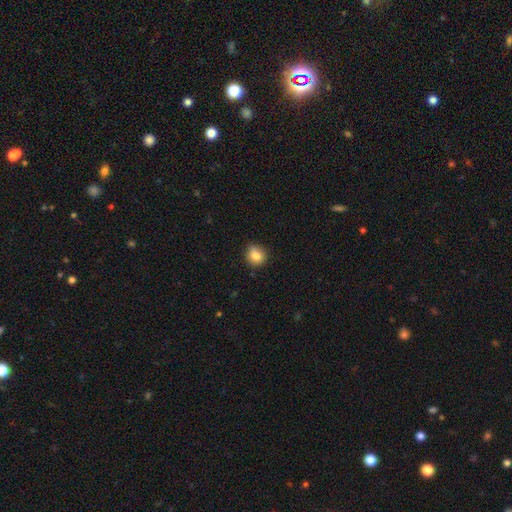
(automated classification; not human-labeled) A smooth galaxy with no disk features (82%) that is round (82%). Merging: none (82%).